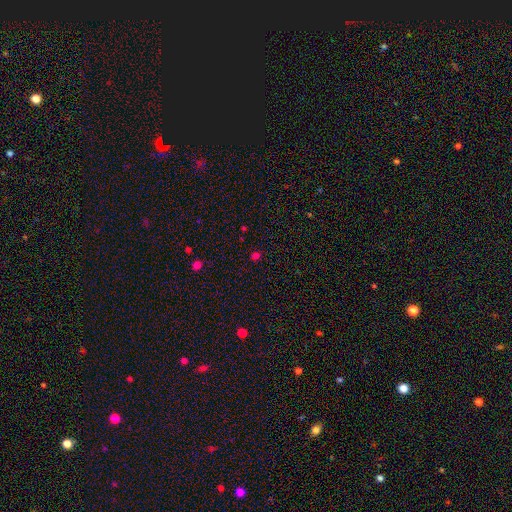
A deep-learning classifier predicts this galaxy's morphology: This appears to be a smooth galaxy with no disk features (58%) that is round (70%). Merging: none (83%).